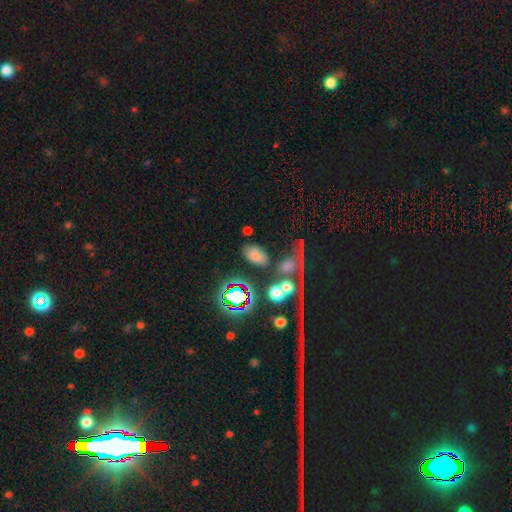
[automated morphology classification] Smooth or featured?
  - smooth: 68% *
  - star or artifact: 20%
  - featured or disk: 12%
How rounded?
  - in between: 89% *
  - round: 9%
  - cigar-shaped: 2%
Merging?
  - none: 68% *
  - minor disturbance: 16%
  - merger: 8%
  - major disturbance: 8%